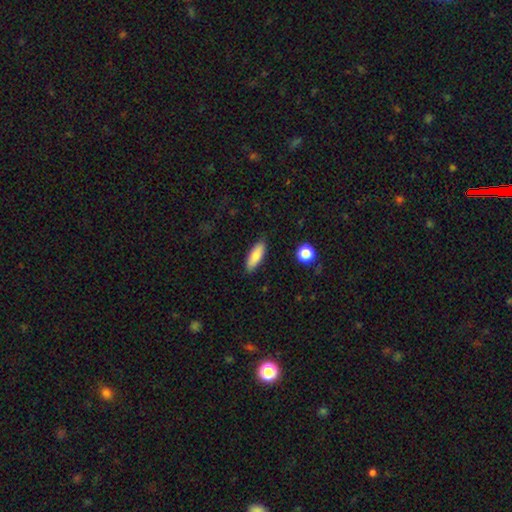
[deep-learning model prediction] Morphology: type=smooth (82%); roundness=in between (61%); merging=none (86%).